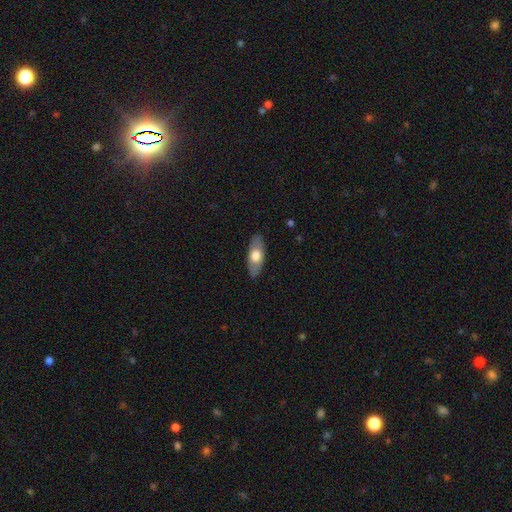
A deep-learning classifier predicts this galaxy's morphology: type=smooth (60%); roundness=in between (80%); merging=none (86%).